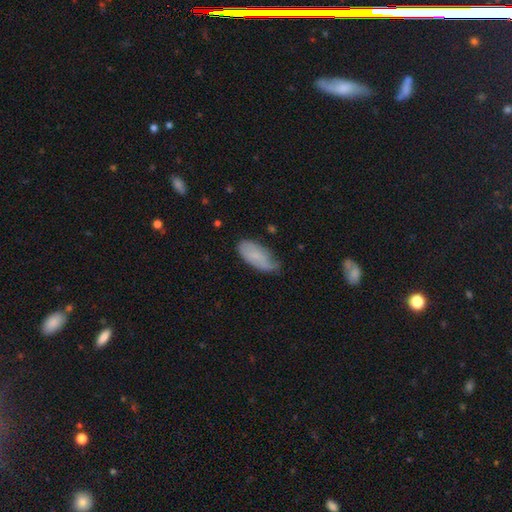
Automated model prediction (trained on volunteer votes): This appears to be a smooth galaxy with no disk features (67%) that is in between round and cigar-shaped (89%). Merging: none (49%).